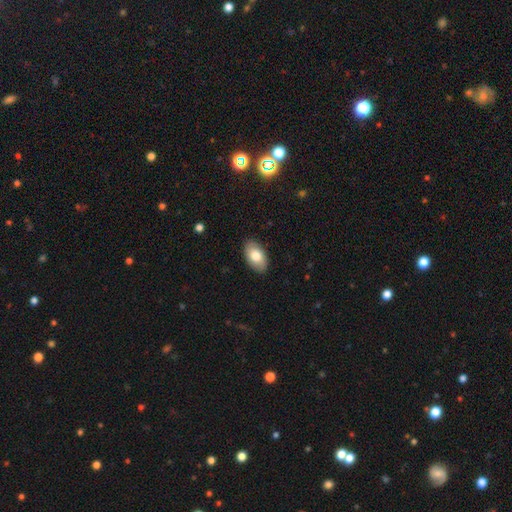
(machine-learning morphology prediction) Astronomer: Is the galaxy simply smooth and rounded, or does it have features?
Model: smooth — 78%.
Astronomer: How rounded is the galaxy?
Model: in between — 95%.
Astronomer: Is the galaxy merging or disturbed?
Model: none — 88%.